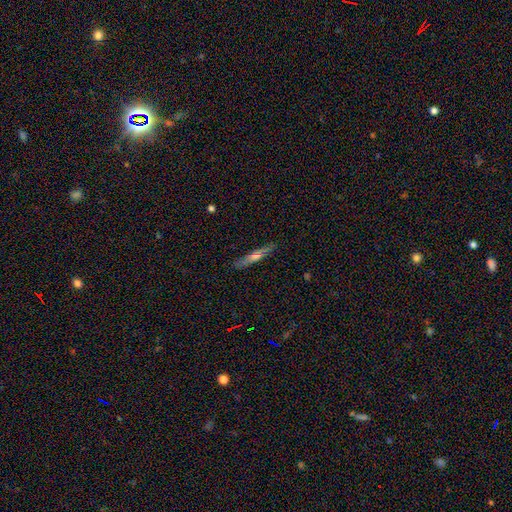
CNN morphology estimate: smooth_or_featured: featured or disk (p=0.55) [alt: smooth p=0.37]
disk_edge_on: yes (p=0.89) [alt: no p=0.11]
merging: none (p=0.87) [alt: minor disturbance p=0.10]